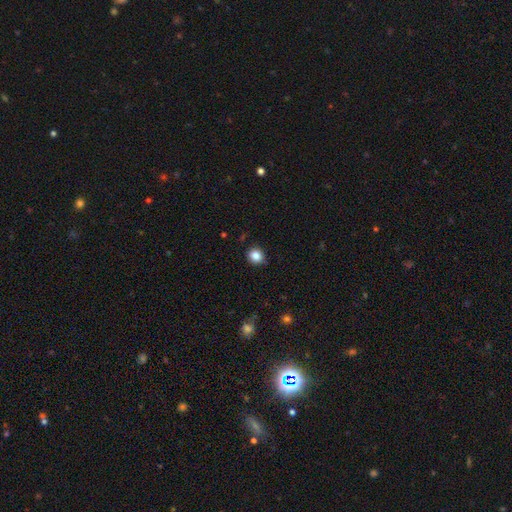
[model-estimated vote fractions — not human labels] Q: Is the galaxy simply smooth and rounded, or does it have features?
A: smooth — 85%.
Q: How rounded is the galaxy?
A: round — 83%.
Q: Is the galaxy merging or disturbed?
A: none — 87%.